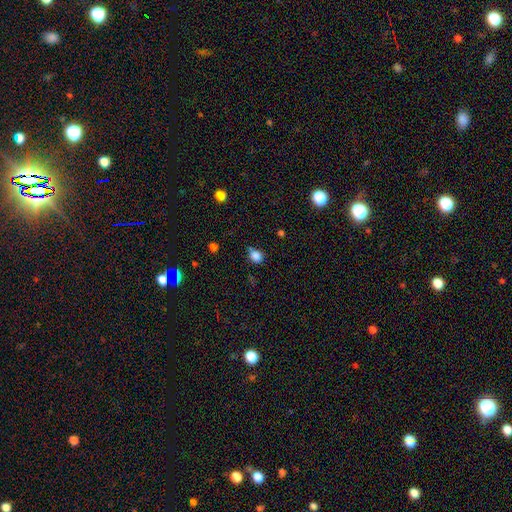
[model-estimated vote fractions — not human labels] A smooth galaxy with no disk features (82%) that is round (69%).

Vote fractions:
- Smooth or featured? smooth: 82% / star or artifact: 13% / featured or disk: 5%
- How rounded? round: 69% / in between: 30% / cigar-shaped: 1%
- Merging? none: 62% / minor disturbance: 26% / merger: 6% / major disturbance: 6%